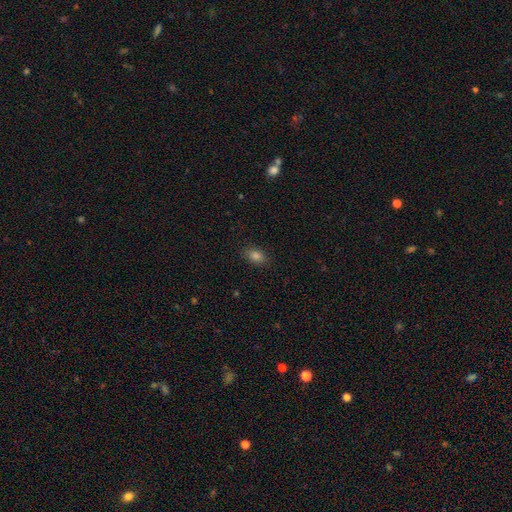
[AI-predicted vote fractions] A smooth galaxy with no disk features (82%) that is in between round and cigar-shaped (81%).

Vote fractions:
- Smooth or featured? smooth: 82% / star or artifact: 12% / featured or disk: 6%
- How rounded? in between: 81% / round: 17% / cigar-shaped: 2%
- Merging? none: 87% / minor disturbance: 9% / major disturbance: 2% / merger: 1%